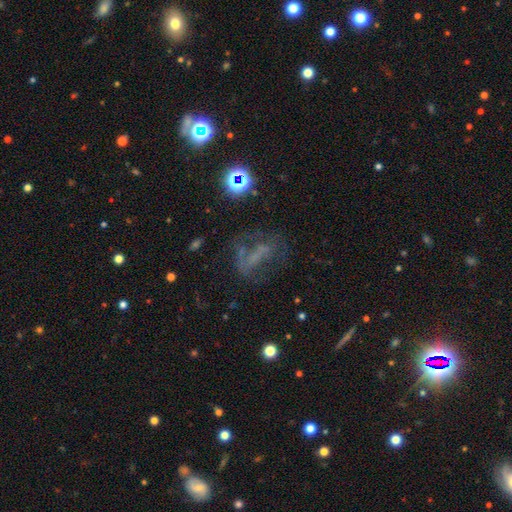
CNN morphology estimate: This appears to be a featured or disk galaxy (42%). Merging: none (49%).